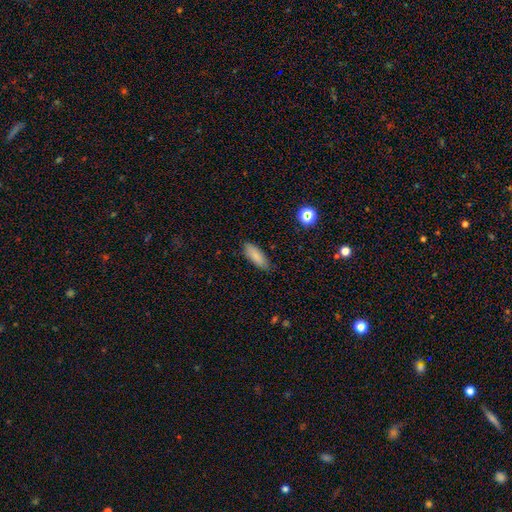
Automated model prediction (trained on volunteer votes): Q: Smooth or featured?
A: smooth (85%); runner-up: star or artifact (8%)
Q: How rounded?
A: in between (66%); runner-up: cigar-shaped (32%)
Q: Merging?
A: none (84%); runner-up: minor disturbance (12%)